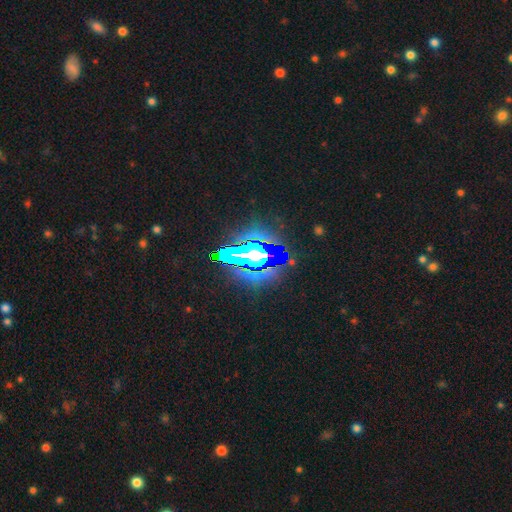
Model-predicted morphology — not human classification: smooth_or_featured: star or artifact (p=0.65) [alt: smooth p=0.19]